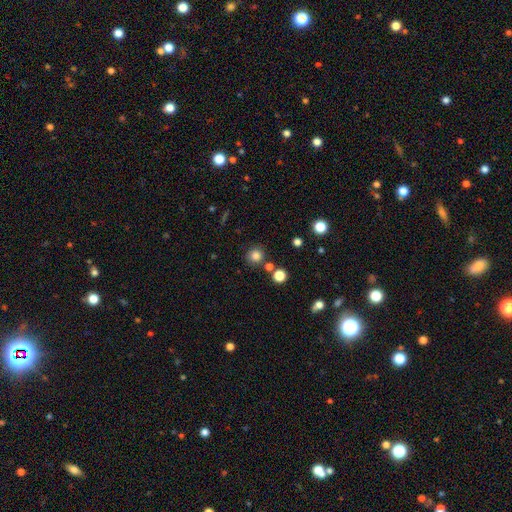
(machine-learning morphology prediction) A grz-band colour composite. It shows a smooth galaxy with no disk features (82%) that is round (92%). Merging: none (81%).